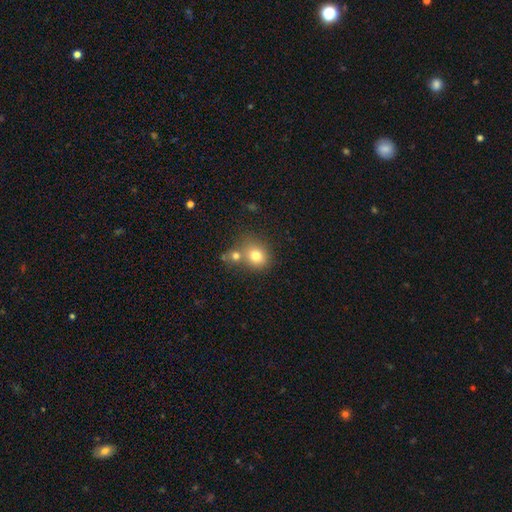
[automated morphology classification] Smooth or featured? Predicted: smooth (p=0.77). How rounded? Predicted: round (p=0.70). Merging? Predicted: none (p=0.50).